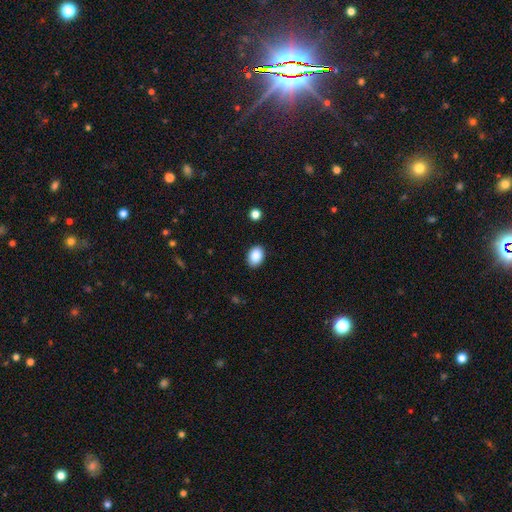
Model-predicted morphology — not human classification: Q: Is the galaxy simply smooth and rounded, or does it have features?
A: smooth — 89%.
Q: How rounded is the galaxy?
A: in between — 78%.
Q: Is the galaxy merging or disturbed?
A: none — 88%.